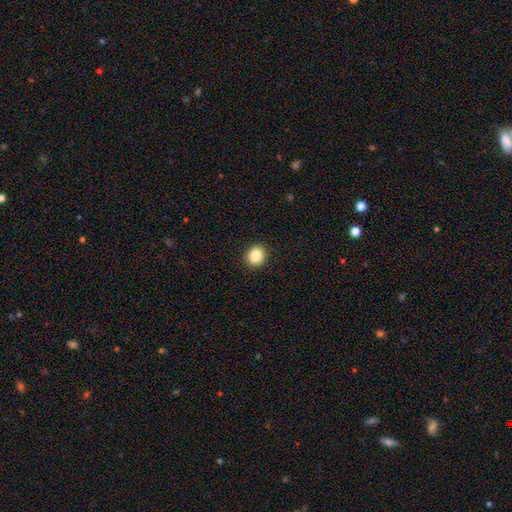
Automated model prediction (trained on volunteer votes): smooth-or-featured: smooth: 85% | star or artifact: 10% | featured or disk: 5%
  how-rounded: round: 79% | in between: 20% | cigar-shaped: 1%
  merging: none: 92% | minor disturbance: 5% | major disturbance: 2% | merger: 1%